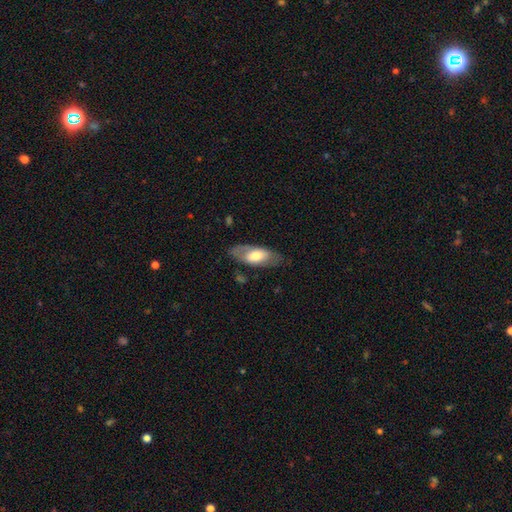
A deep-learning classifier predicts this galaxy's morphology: Smooth or featured?
  - smooth: 57% *
  - featured or disk: 38%
  - star or artifact: 5%
How rounded?
  - in between: 86% *
  - cigar-shaped: 12%
  - round: 3%
Merging?
  - none: 75% *
  - minor disturbance: 18%
  - major disturbance: 6%
  - merger: 1%